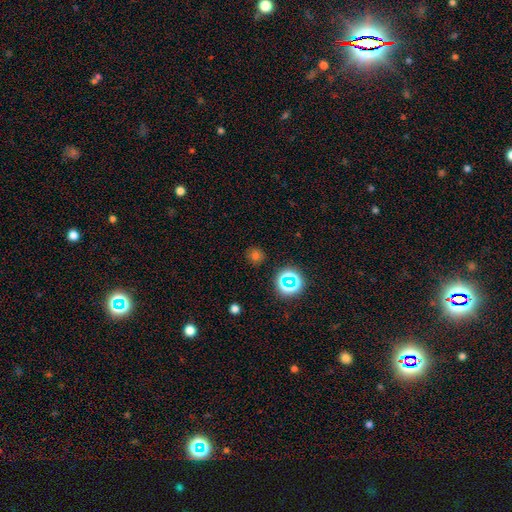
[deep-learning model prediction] This appears to be a smooth galaxy with no disk features (61%) that is round (92%). Merging: none (88%).